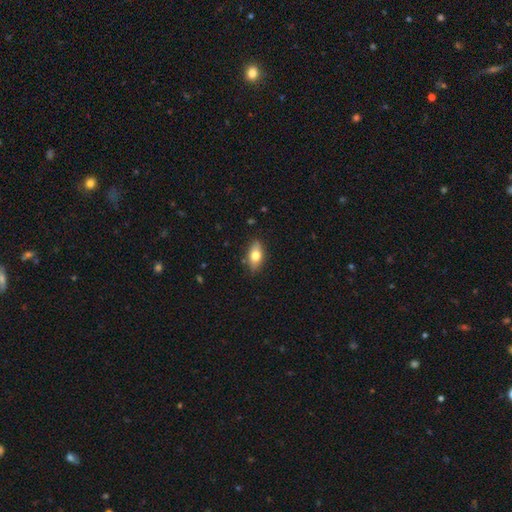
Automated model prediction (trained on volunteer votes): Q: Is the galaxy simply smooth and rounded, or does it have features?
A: smooth — 69%.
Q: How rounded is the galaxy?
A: in between — 84%.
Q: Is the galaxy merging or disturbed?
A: none — 84%.